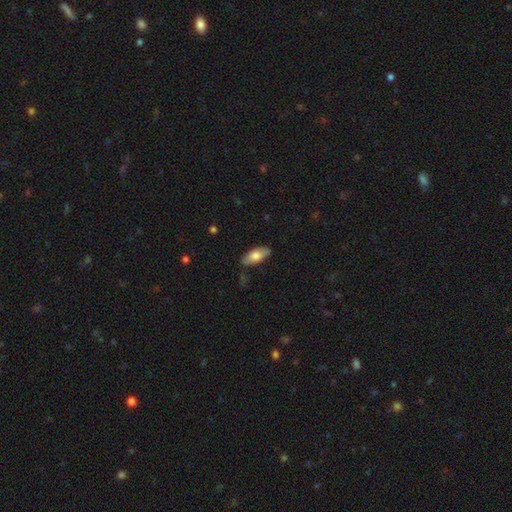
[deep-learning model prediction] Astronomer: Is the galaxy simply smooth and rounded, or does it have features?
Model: smooth — 72%.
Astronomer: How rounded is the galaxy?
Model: in between — 88%.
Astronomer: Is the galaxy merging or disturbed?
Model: none — 82%.